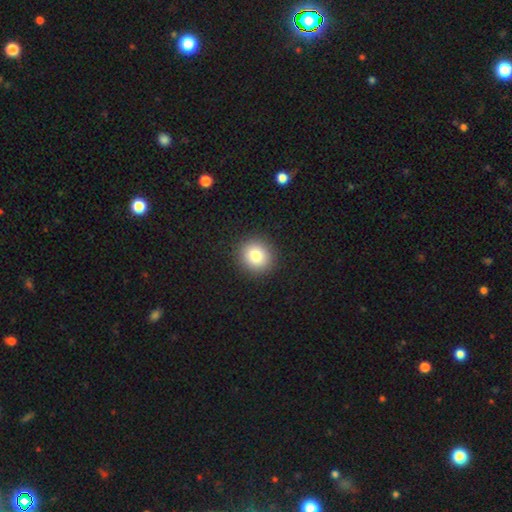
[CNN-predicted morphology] Overall: smooth (83%). How rounded: round (88%). Merging: none (92%).